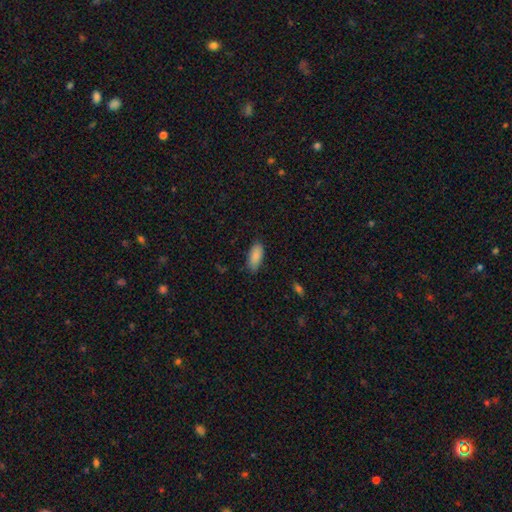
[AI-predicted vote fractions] A smooth galaxy with no disk features (87%) that is in between round and cigar-shaped (86%). Merging: none (82%).